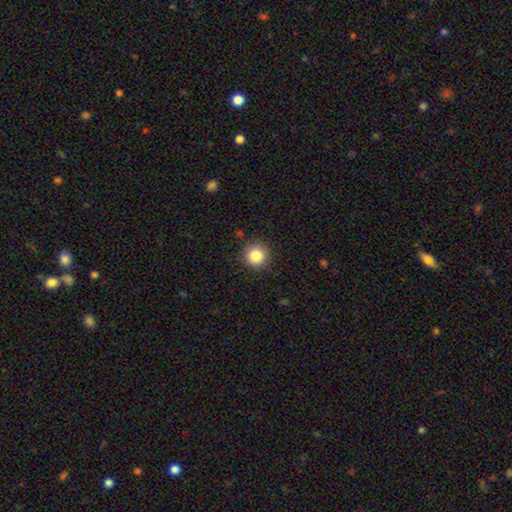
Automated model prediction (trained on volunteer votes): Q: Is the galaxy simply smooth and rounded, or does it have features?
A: smooth — 85%.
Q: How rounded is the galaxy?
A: round — 95%.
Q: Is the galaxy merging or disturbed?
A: none — 90%.